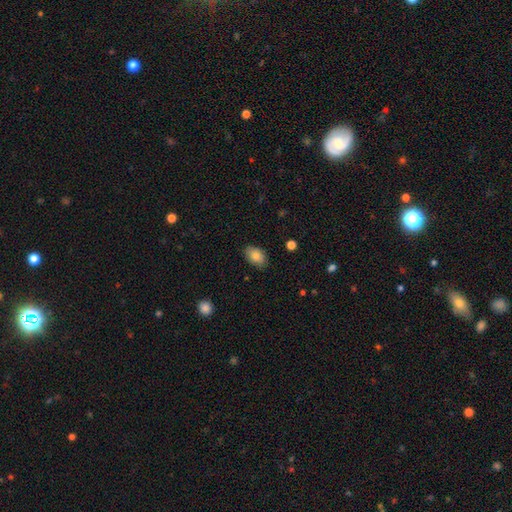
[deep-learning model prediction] Smooth or featured? smooth (82%)
How rounded? in between (87%)
Merging? none (84%)